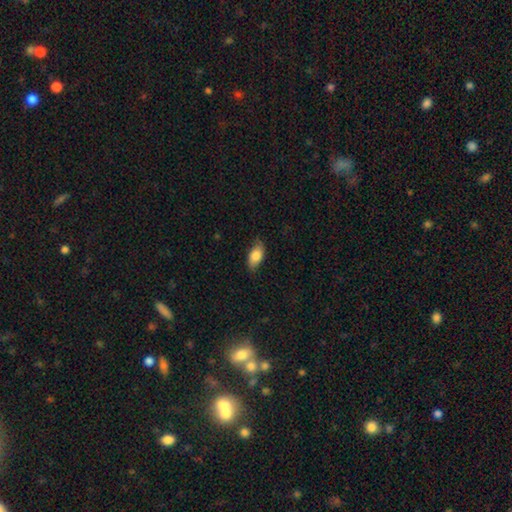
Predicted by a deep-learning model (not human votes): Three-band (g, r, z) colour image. It shows a smooth galaxy with no disk features (80%) that is in between round and cigar-shaped (90%). Merging: none (77%).